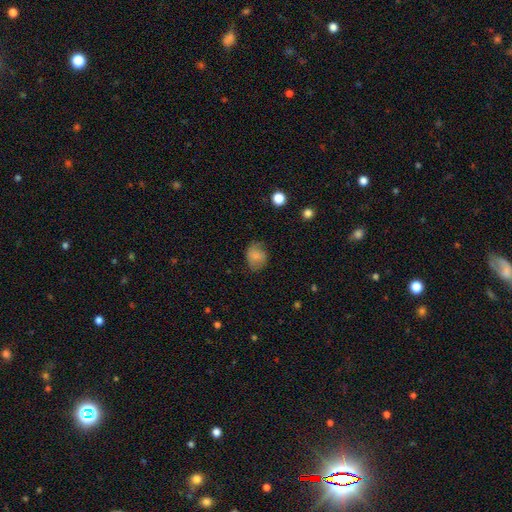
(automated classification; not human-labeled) Smooth or featured? Predicted: smooth (p=0.77). How rounded? Predicted: round (p=0.51). Merging? Predicted: none (p=0.63).